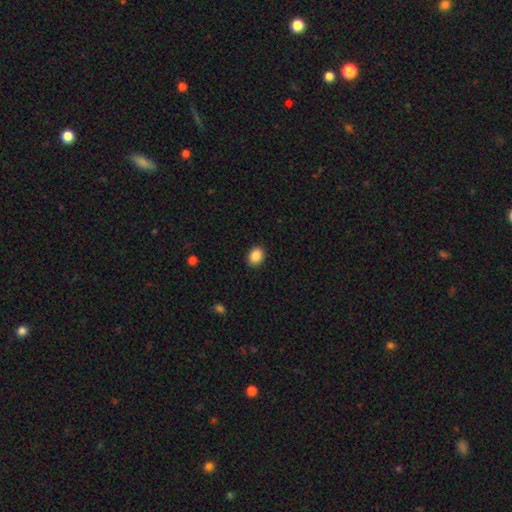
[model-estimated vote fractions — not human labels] Overall: smooth (88%). How rounded: in between (55%; round 44%). Merging: none (90%).